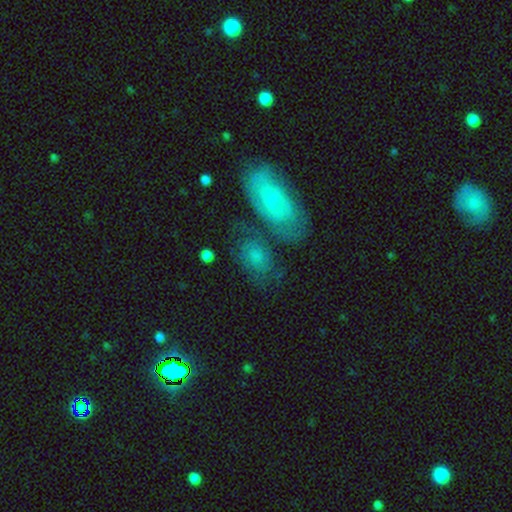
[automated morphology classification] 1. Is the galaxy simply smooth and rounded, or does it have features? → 54% smooth, 37% featured or disk, 10% star or artifact.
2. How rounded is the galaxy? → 77% in between, 19% round, 4% cigar-shaped.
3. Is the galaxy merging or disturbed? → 50% none, 20% merger, 19% minor disturbance, 11% major disturbance.